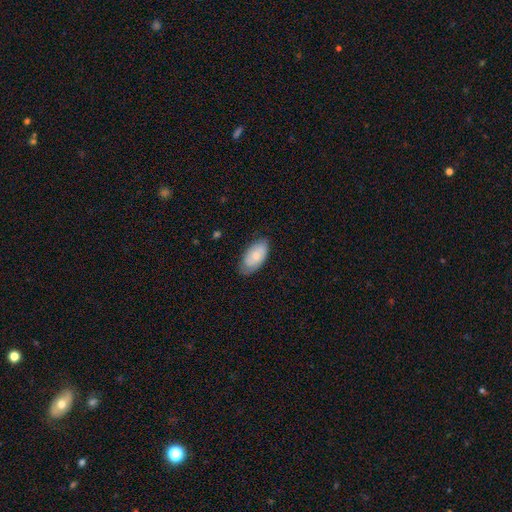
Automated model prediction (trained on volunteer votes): The model was most divided on "smooth or featured": smooth: 71%, featured or disk: 24%, star or artifact: 6%. More confident: how rounded — in between (94%); merging — none (73%).